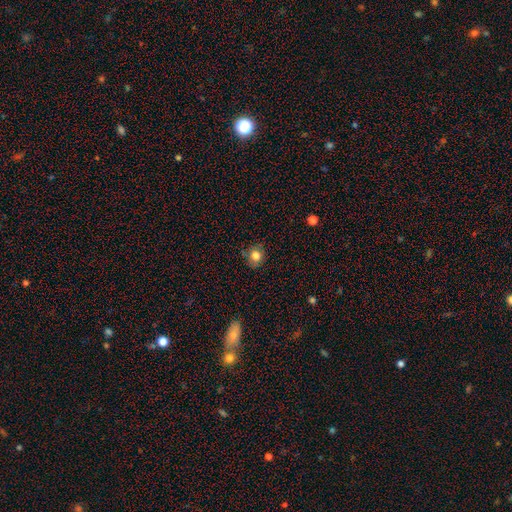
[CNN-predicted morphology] A smooth galaxy with no disk features (80%) that is round (75%). Merging: none (76%).